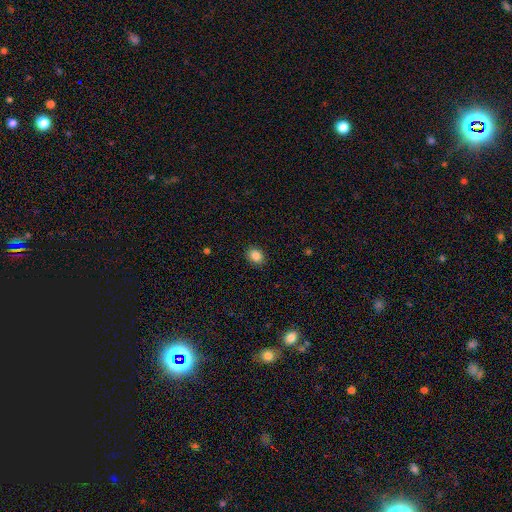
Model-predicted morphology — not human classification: smooth 86%, star or artifact 9%, featured or disk 4%. Down the decision tree: how rounded — in between (56%); merging — none (87%).